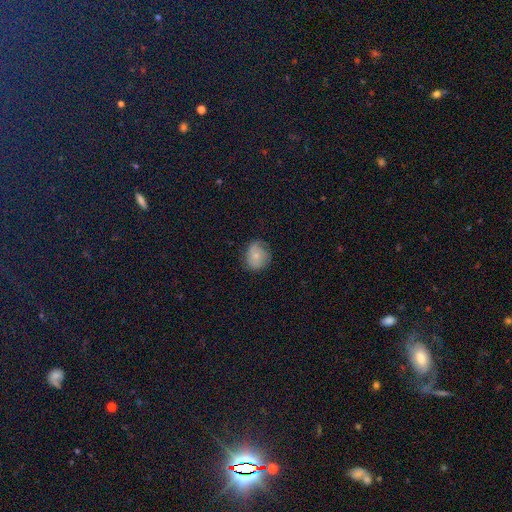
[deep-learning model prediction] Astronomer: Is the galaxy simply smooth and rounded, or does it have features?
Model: smooth — 64%.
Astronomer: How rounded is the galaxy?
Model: round — 70%.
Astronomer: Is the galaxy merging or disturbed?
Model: none — 62%.